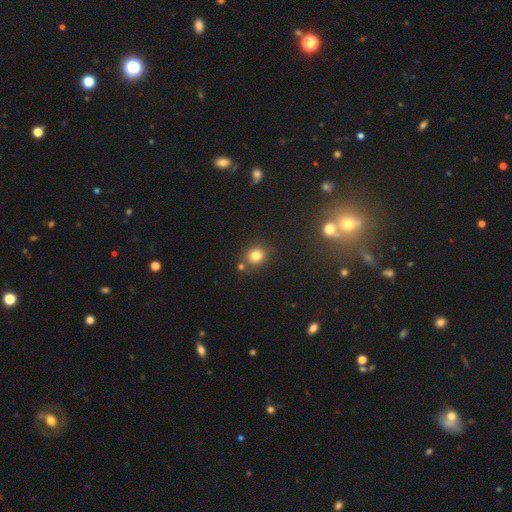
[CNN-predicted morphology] type=smooth (79%); roundness=round (74%); merging=none (75%).